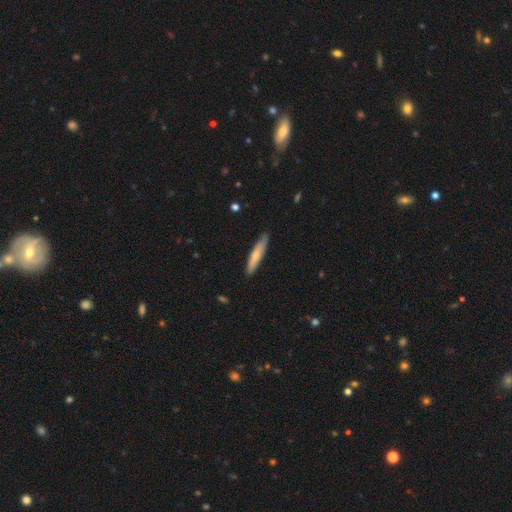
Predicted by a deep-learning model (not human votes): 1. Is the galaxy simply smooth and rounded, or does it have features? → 66% smooth, 29% featured or disk, 5% star or artifact.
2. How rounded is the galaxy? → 89% cigar-shaped, 10% in between, 1% round.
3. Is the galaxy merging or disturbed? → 85% none, 12% minor disturbance, 2% major disturbance, 1% merger.